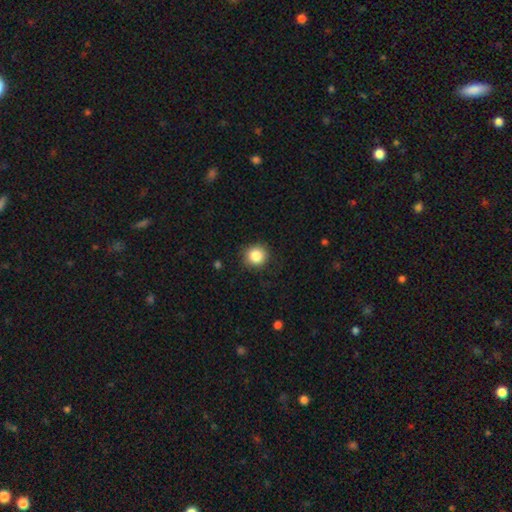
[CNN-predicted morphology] A smooth galaxy with no disk features (86%) that is round (92%). Merging: none (88%).